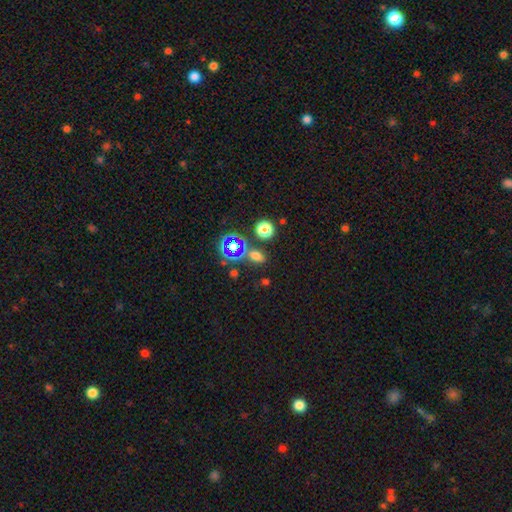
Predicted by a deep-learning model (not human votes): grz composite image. It shows a smooth galaxy with no disk features (61%) that is in between round and cigar-shaped (65%). Merging: none (71%).